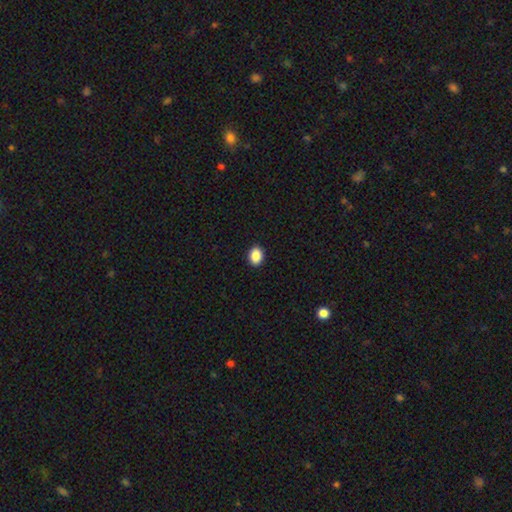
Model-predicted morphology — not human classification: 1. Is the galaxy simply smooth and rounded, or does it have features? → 88% smooth, 8% star or artifact, 3% featured or disk.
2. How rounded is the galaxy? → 69% in between, 30% round, 1% cigar-shaped.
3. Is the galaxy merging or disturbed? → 91% none, 6% minor disturbance, 2% major disturbance, 1% merger.